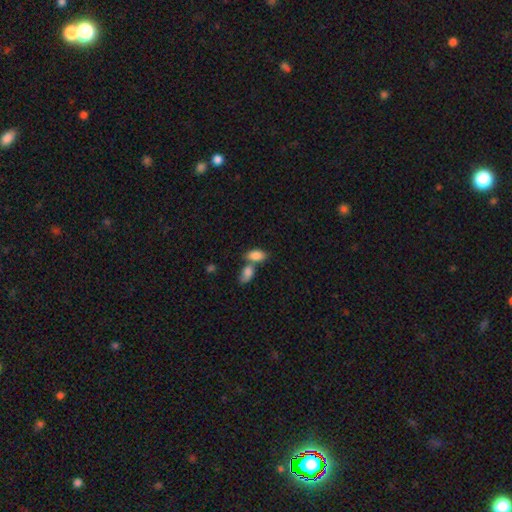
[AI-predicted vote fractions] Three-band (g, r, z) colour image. It shows a smooth galaxy with no disk features (84%) that is in between round and cigar-shaped (91%). Merging: merger (51%).